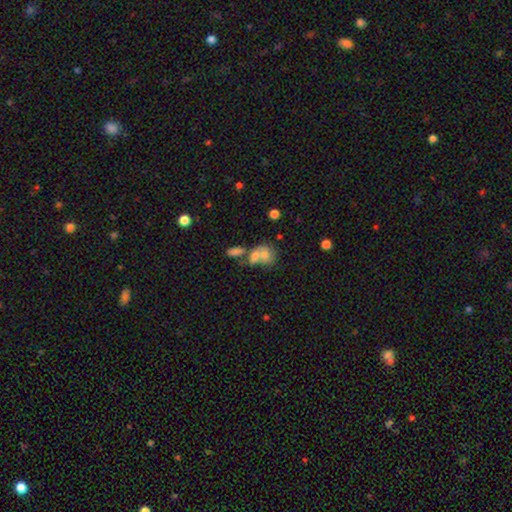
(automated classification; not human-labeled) smooth 67%, featured or disk 22%, star or artifact 11%. Down the decision tree: how rounded — in between (57%); merging — merger (57%).